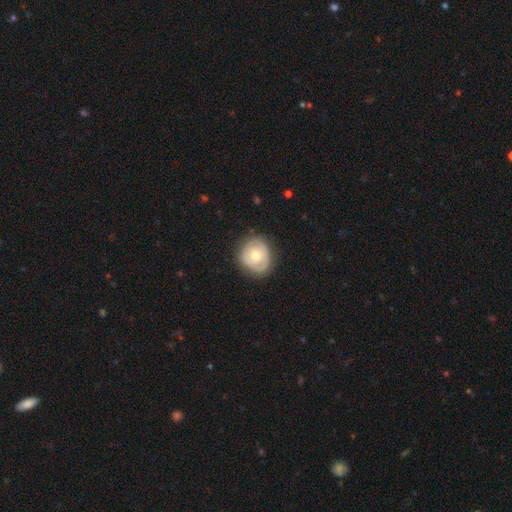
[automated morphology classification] A featured or disk galaxy (52%) with no bar (82%), spiral arms (56%) and a moderate central bulge (61%).

Vote fractions:
- Smooth or featured? featured or disk: 52% / smooth: 42% / star or artifact: 6%
- Edge-on disk? no: 97% / yes: 3%
- Bar? no: 82% / weak: 15% / strong: 3%
- Spiral arms? yes: 56% / no: 44%
- Bulge size? moderate: 61% / small: 33% / large: 4% / none: 1% / dominant: 1%
- Merging? none: 76% / minor disturbance: 17% / major disturbance: 5% / merger: 1%